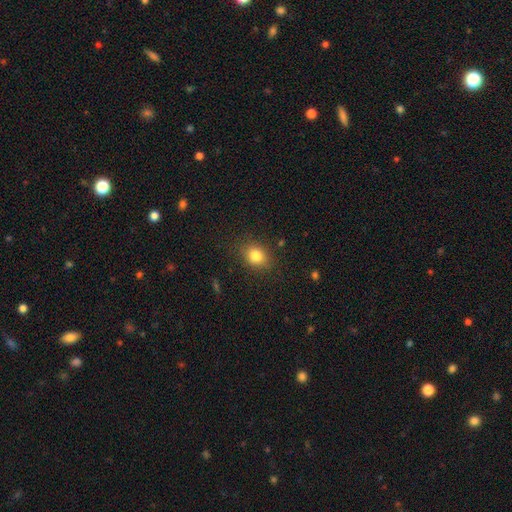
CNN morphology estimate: This is clearly a smooth galaxy (82%). How rounded: possibly in between (53%). Merging: clearly none (84%).